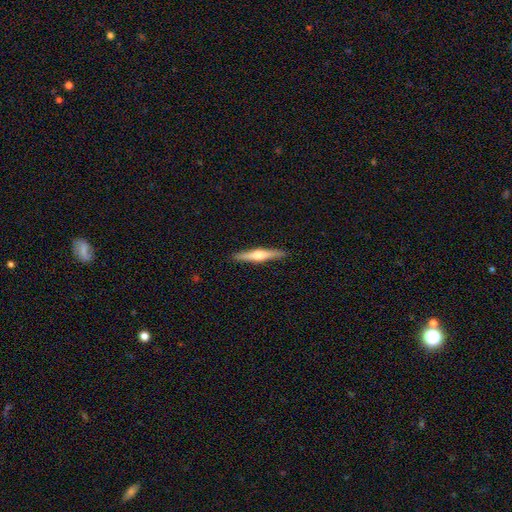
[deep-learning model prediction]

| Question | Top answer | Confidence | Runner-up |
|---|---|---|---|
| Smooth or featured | featured or disk | 67% | smooth (28%) |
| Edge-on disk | yes | 98% | no (2%) |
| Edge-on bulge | rounded | 90% | boxy (5%) |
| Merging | none | 92% | minor disturbance (6%) |